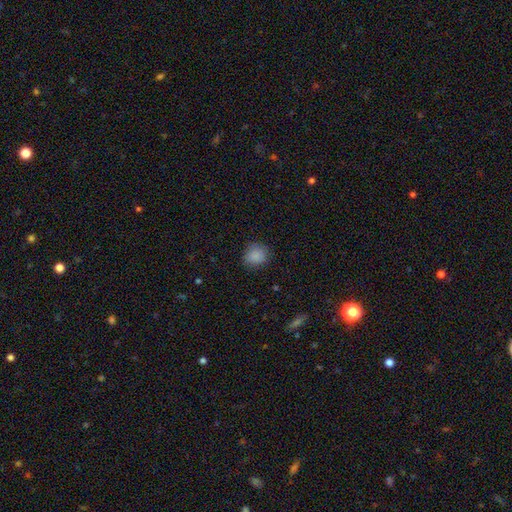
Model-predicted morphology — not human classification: This is clearly a smooth galaxy (86%). How rounded: clearly round (81%). Merging: clearly none (83%).